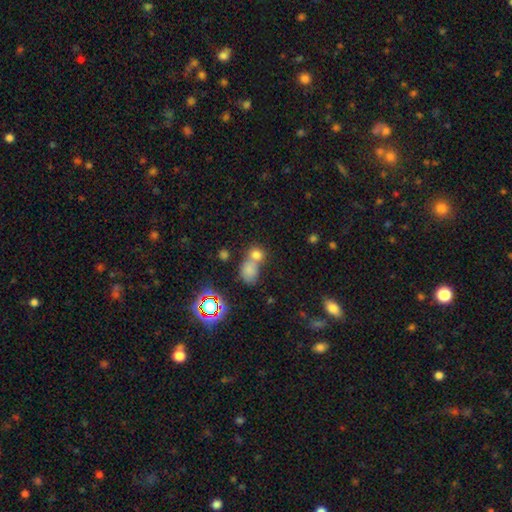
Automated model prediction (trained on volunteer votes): A smooth galaxy with no disk features (71%) that is round (60%).

Vote fractions:
- Smooth or featured? smooth: 71% / star or artifact: 19% / featured or disk: 9%
- How rounded? round: 60% / in between: 39% / cigar-shaped: 2%
- Merging? merger: 57% / none: 32% / minor disturbance: 7% / major disturbance: 4%